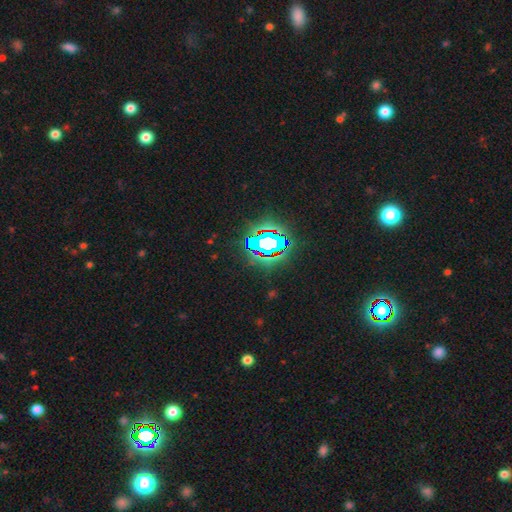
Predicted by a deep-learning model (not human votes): Q: Smooth or featured?
A: star or artifact (83%); runner-up: smooth (10%)